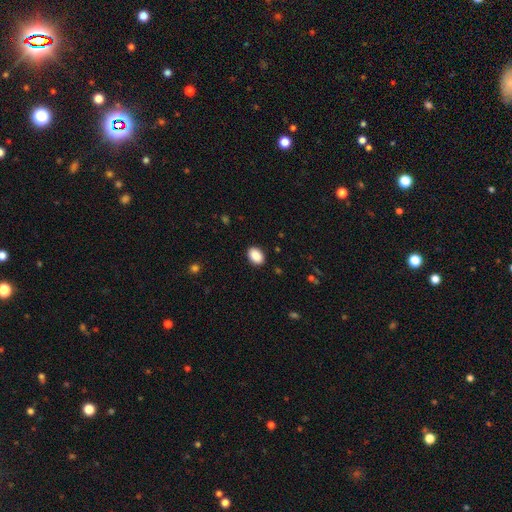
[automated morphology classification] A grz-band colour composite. It shows a smooth galaxy with no disk features (90%) that is in between round and cigar-shaped (81%). Merging: none (89%).